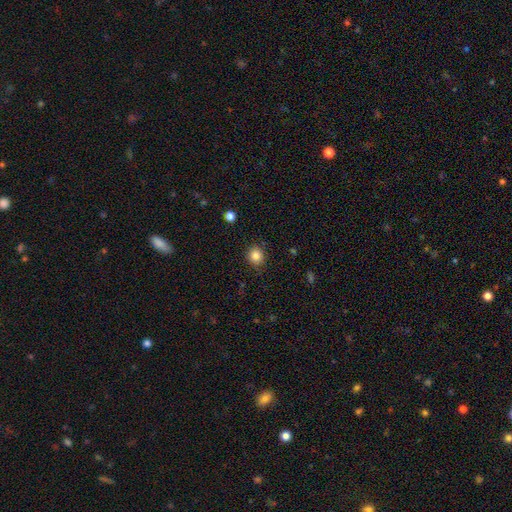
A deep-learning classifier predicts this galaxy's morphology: Smooth or featured? Predicted: smooth (p=0.85). How rounded? Predicted: round (p=0.86). Merging? Predicted: none (p=0.86).